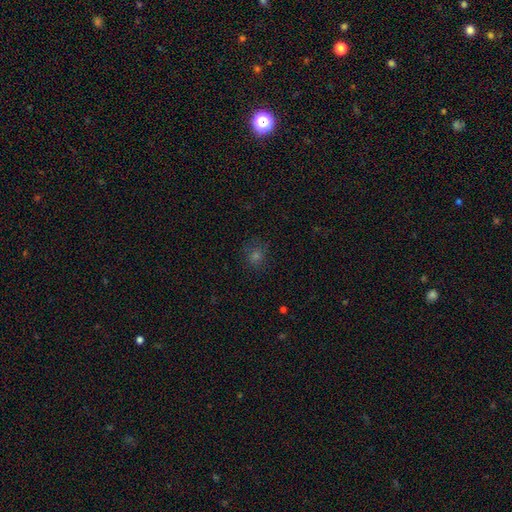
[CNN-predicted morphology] type=smooth (58%); roundness=round (83%); merging=none (83%).